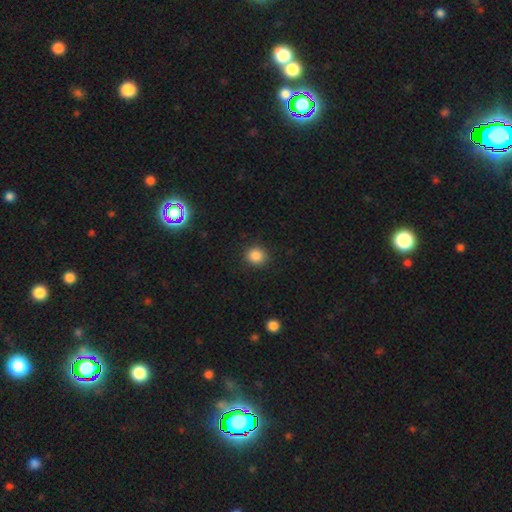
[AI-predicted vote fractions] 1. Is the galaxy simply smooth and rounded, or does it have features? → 86% smooth, 11% star or artifact, 3% featured or disk.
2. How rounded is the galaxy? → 89% round, 10% in between, 1% cigar-shaped.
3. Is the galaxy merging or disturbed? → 90% none, 7% minor disturbance, 2% major disturbance, 1% merger.